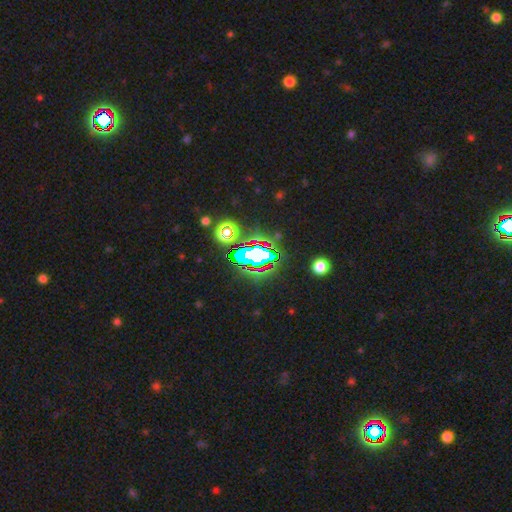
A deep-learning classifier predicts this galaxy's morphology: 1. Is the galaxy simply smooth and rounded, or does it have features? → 68% star or artifact, 18% smooth, 15% featured or disk.